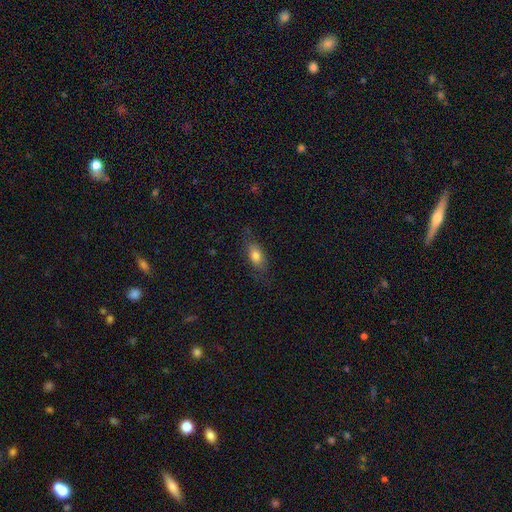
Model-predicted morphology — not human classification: Smooth or featured?
  - smooth: 74% *
  - featured or disk: 18%
  - star or artifact: 8%
How rounded?
  - in between: 83% *
  - cigar-shaped: 11%
  - round: 6%
Merging?
  - none: 73% *
  - minor disturbance: 19%
  - major disturbance: 7%
  - merger: 1%